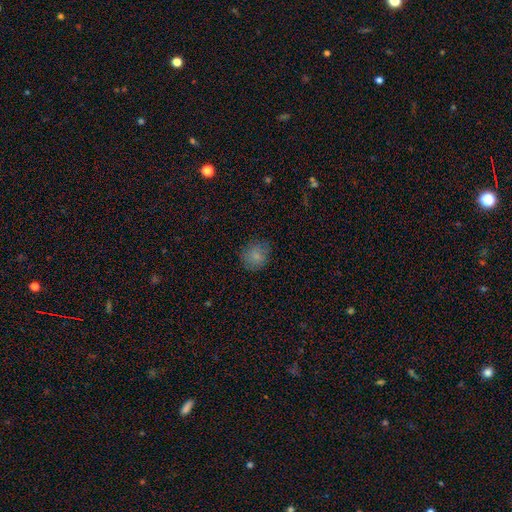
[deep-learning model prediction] A smooth galaxy with no disk features (80%) that is round (72%).

Vote fractions:
- Smooth or featured? smooth: 80% / star or artifact: 11% / featured or disk: 9%
- How rounded? round: 72% / in between: 27% / cigar-shaped: 1%
- Merging? none: 77% / minor disturbance: 17% / major disturbance: 5% / merger: 1%